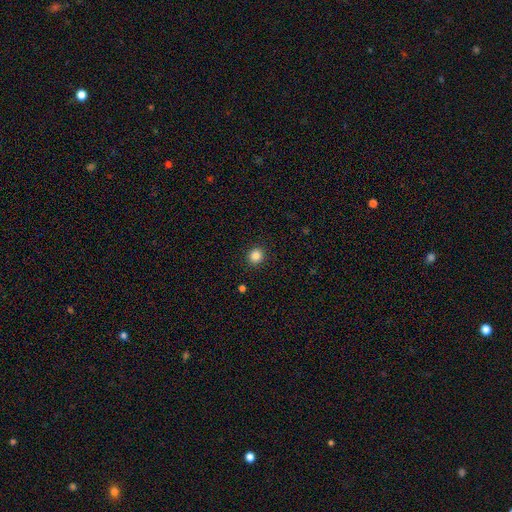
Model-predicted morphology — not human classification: Smooth or featured? Predicted: smooth (p=0.85). How rounded? Predicted: round (p=0.87). Merging? Predicted: none (p=0.92).